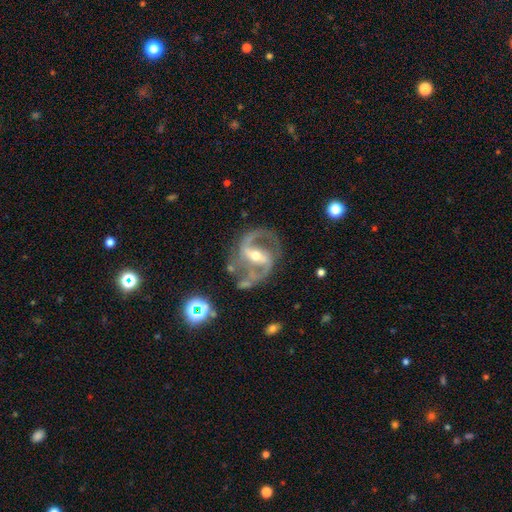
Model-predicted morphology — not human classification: Smooth or featured?
  - featured or disk: 91% *
  - star or artifact: 5%
  - smooth: 4%
Edge-on disk?
  - no: 97% *
  - yes: 3%
Bar?
  - strong: 60% *
  - weak: 28%
  - no: 12%
Spiral arms?
  - yes: 97% *
  - no: 3%
Spiral winding?
  - medium: 61% *
  - loose: 25%
  - tight: 14%
Spiral arm count?
  - 2: 92% *
  - can't tell: 2%
  - 1: 2%
  - 3: 2%
  - 4: 1%
  - more than 4: 1%
Bulge size?
  - moderate: 53% *
  - small: 43%
  - large: 2%
  - none: 1%
  - dominant: 1%
Merging?
  - none: 69% *
  - minor disturbance: 17%
  - major disturbance: 10%
  - merger: 4%